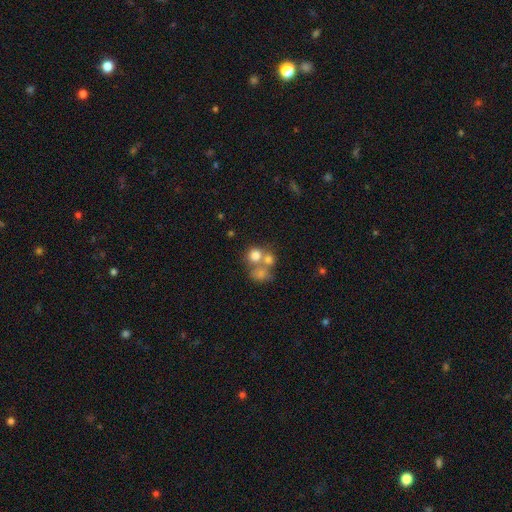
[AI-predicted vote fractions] Smooth or featured: smooth — 70% (featured or disk — 16%)
How rounded: round — 80% (in between — 19%)
Merging: merger — 49% (none — 38%)